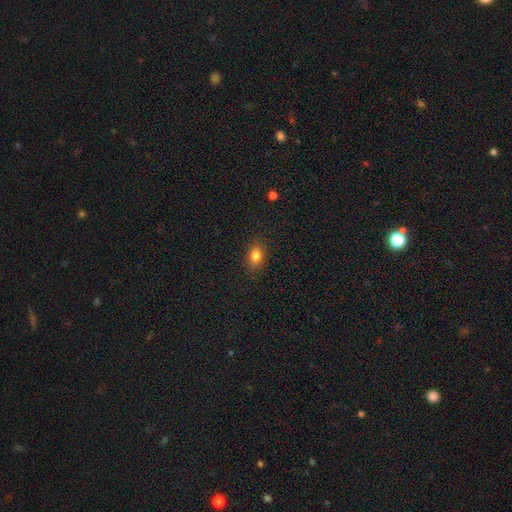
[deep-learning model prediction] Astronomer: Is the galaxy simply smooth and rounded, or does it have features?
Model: smooth — 83%.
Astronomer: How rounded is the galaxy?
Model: in between — 71%.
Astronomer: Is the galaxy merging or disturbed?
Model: none — 86%.